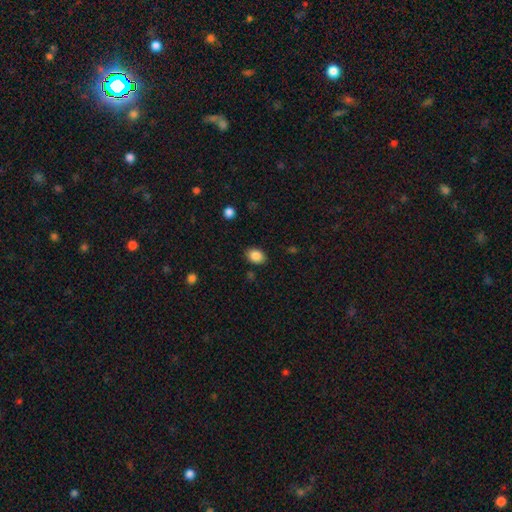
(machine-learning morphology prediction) The model was most divided on "how rounded": in between: 71%, round: 28%, cigar-shaped: 1%. More confident: smooth or featured — smooth (87%); merging — none (86%).